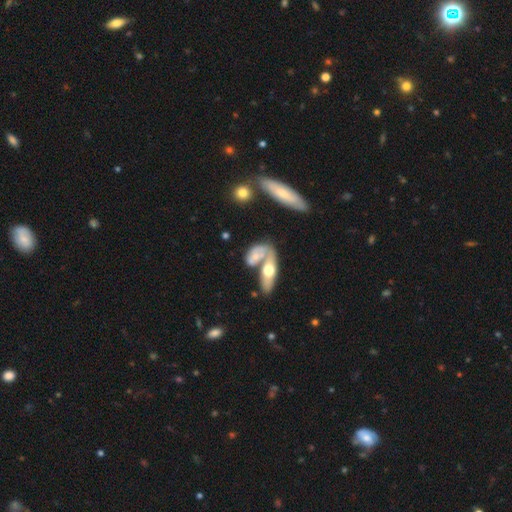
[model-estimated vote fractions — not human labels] Smooth or featured?
  - smooth: 49% *
  - featured or disk: 44%
  - star or artifact: 7%
Merging?
  - merger: 55% *
  - none: 24%
  - minor disturbance: 12%
  - major disturbance: 9%